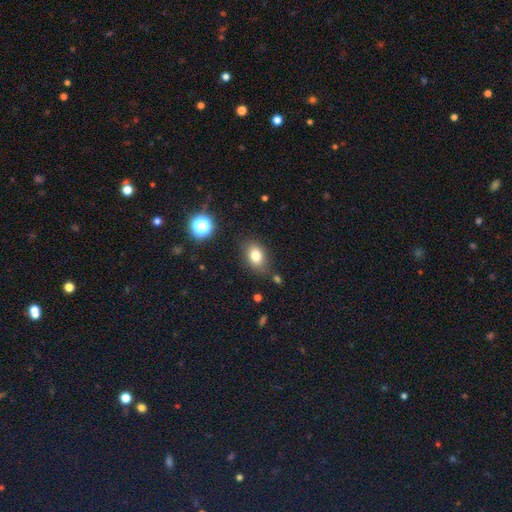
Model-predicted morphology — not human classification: Smooth or featured? Predicted: smooth (p=0.79). How rounded? Predicted: in between (p=0.79). Merging? Predicted: none (p=0.77).